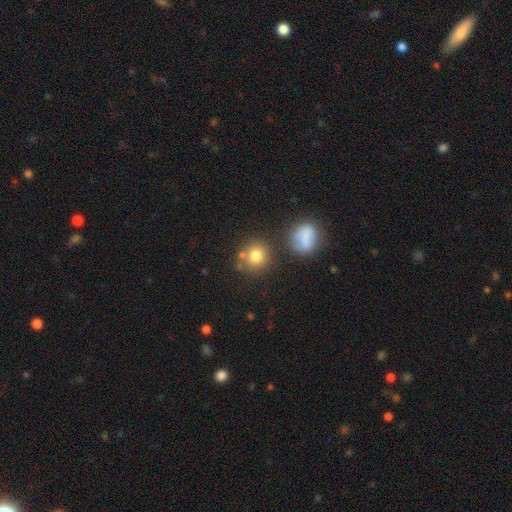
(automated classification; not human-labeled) smooth 80%, star or artifact 11%, featured or disk 9%. Down the decision tree: how rounded — round (88%); merging — none (71%).